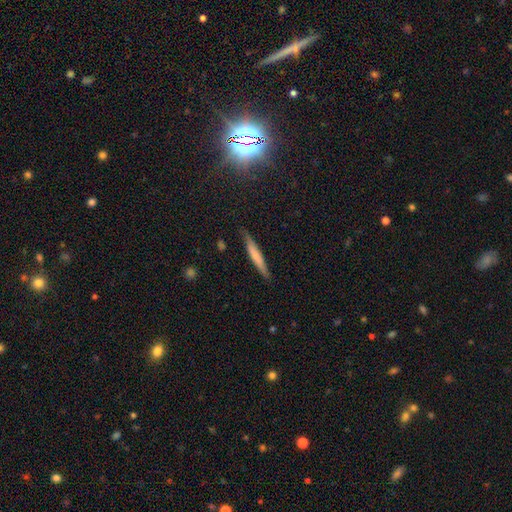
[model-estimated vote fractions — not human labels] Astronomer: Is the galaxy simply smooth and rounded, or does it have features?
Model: smooth — 62%.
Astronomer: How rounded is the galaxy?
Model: cigar-shaped — 94%.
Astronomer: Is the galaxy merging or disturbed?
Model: none — 85%.